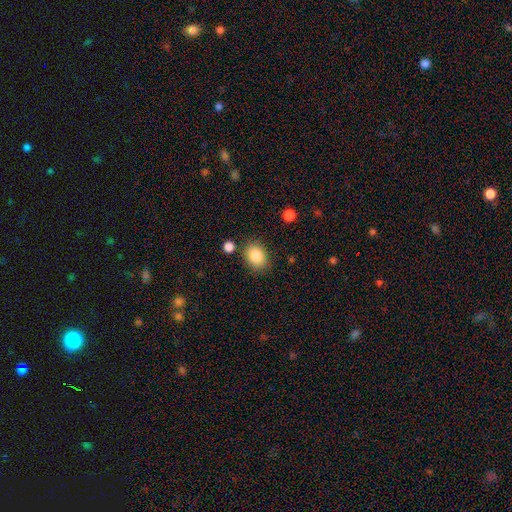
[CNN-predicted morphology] Smooth or featured: smooth — 86% (star or artifact — 8%)
How rounded: in between — 66% (round — 33%)
Merging: none — 81% (minor disturbance — 12%)